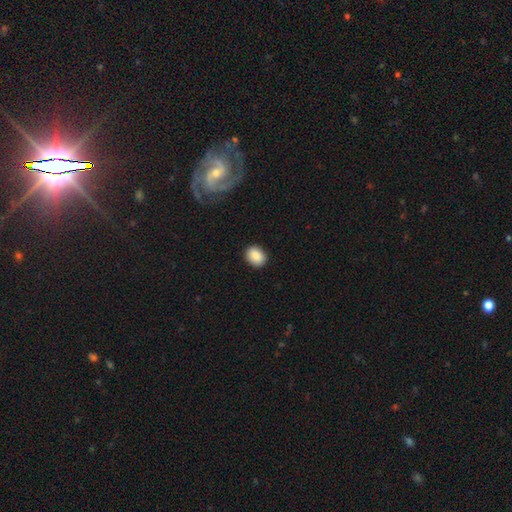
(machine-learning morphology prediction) smooth_or_featured: smooth (p=0.89) [alt: star or artifact p=0.07]
how_rounded: in between (p=0.57) [alt: round p=0.42]
merging: none (p=0.90) [alt: minor disturbance p=0.07]